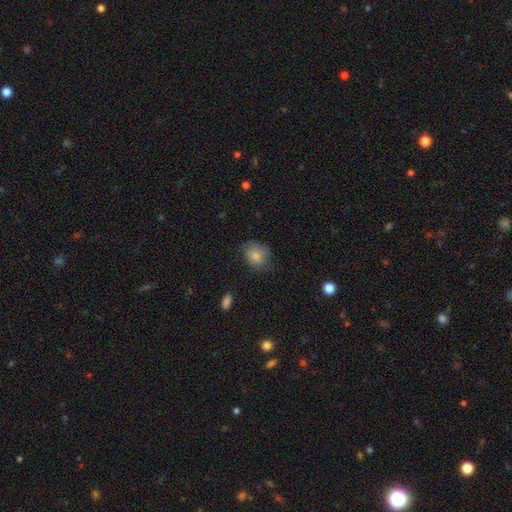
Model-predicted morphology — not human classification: smooth-or-featured: smooth: 80% | featured or disk: 12% | star or artifact: 8%
  how-rounded: round: 59% | in between: 40% | cigar-shaped: 1%
  merging: none: 64% | minor disturbance: 26% | major disturbance: 8% | merger: 1%